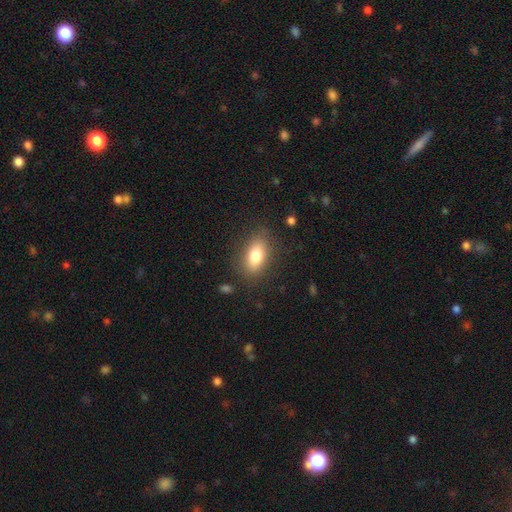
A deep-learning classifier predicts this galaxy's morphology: Smooth or featured: smooth — 81% (featured or disk — 12%)
How rounded: in between — 87% (cigar-shaped — 7%)
Merging: none — 83% (minor disturbance — 12%)